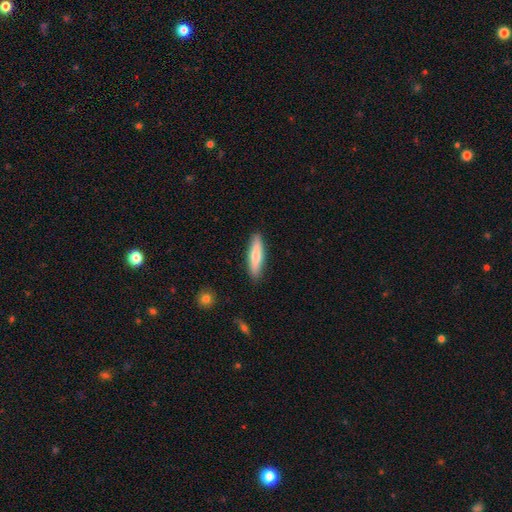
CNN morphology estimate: Q: Smooth or featured?
A: smooth (69%); runner-up: featured or disk (26%)
Q: How rounded?
A: cigar-shaped (77%); runner-up: in between (22%)
Q: Merging?
A: none (89%); runner-up: minor disturbance (8%)